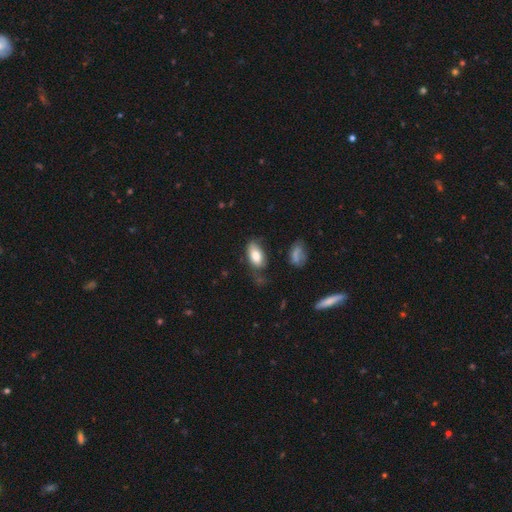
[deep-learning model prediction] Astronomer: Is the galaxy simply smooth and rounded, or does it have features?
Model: smooth — 80%.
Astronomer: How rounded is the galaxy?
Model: in between — 92%.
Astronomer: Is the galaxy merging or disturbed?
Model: none — 55%.